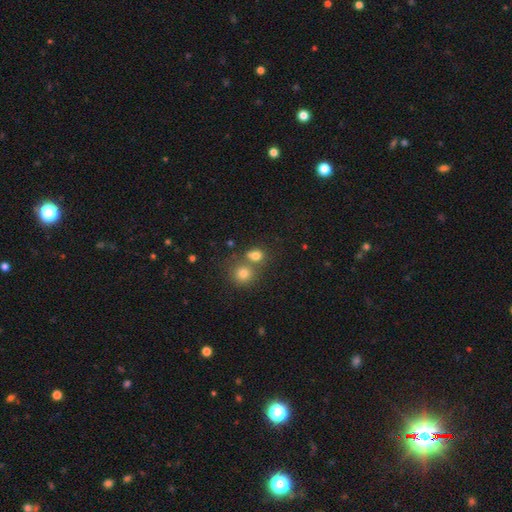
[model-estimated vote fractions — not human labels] Smooth or featured?
  - smooth: 77% *
  - star or artifact: 14%
  - featured or disk: 9%
How rounded?
  - round: 66% *
  - in between: 33%
  - cigar-shaped: 1%
Merging?
  - none: 46% *
  - merger: 42%
  - minor disturbance: 9%
  - major disturbance: 4%